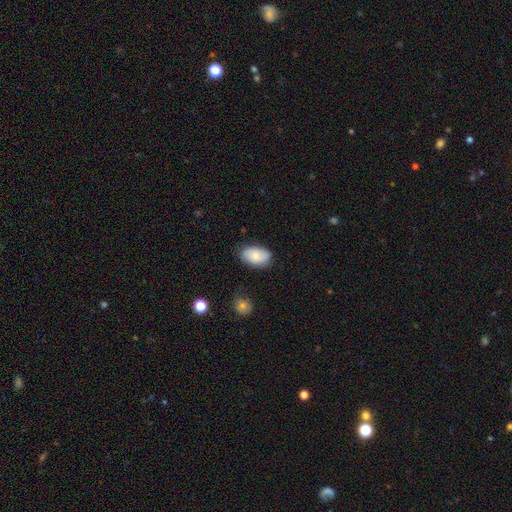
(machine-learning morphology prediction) A smooth galaxy with no disk features (71%) that is in between round and cigar-shaped (92%). Merging: none (79%).